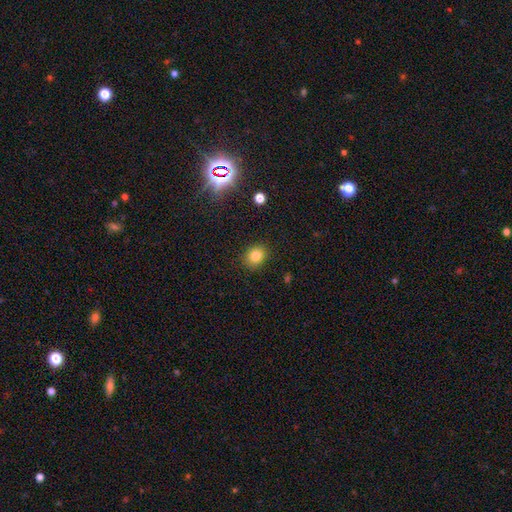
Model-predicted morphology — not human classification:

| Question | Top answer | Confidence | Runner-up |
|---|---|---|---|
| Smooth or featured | smooth | 82% | star or artifact (12%) |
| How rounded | round | 62% | in between (37%) |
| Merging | none | 88% | minor disturbance (9%) |